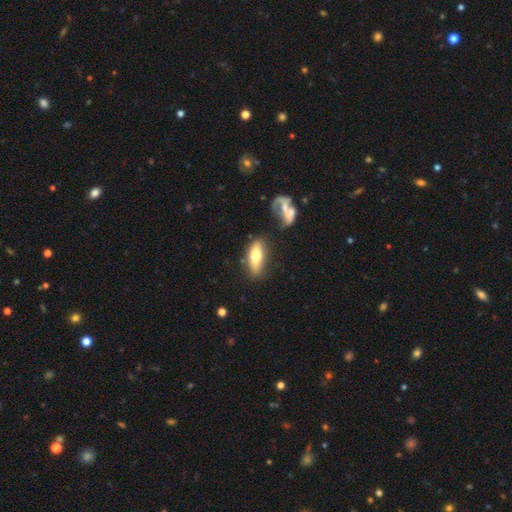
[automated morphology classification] type=smooth (64%); roundness=in between (68%); merging=none (67%).